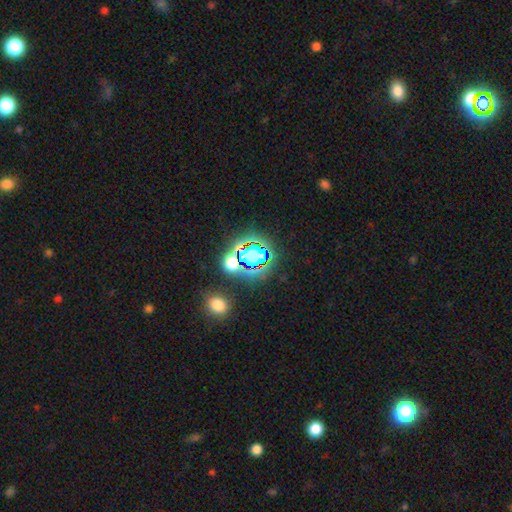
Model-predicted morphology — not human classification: This is likely a star or artifact rather than a galaxy (63%).